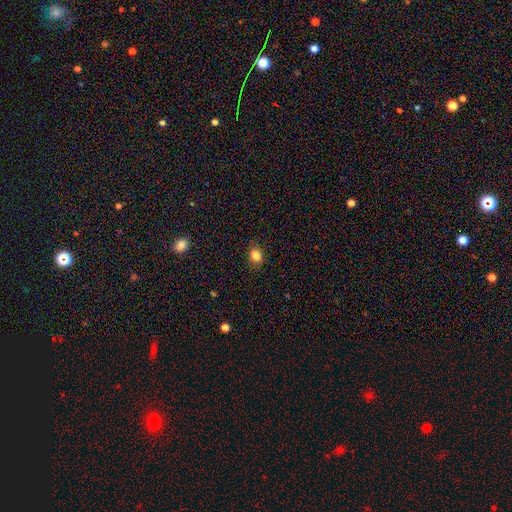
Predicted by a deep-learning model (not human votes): A smooth galaxy with no disk features (83%) that is in between round and cigar-shaped (51%).

Vote fractions:
- Smooth or featured? smooth: 83% / star or artifact: 11% / featured or disk: 5%
- How rounded? in between: 51% / round: 48% / cigar-shaped: 1%
- Merging? none: 85% / minor disturbance: 11% / major disturbance: 3% / merger: 1%